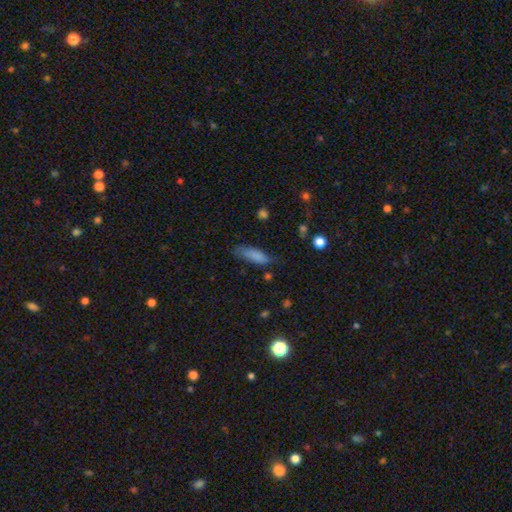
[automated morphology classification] Smooth or featured: smooth — 79% (featured or disk — 13%)
How rounded: in between — 56% (cigar-shaped — 42%)
Merging: none — 54% (minor disturbance — 31%)